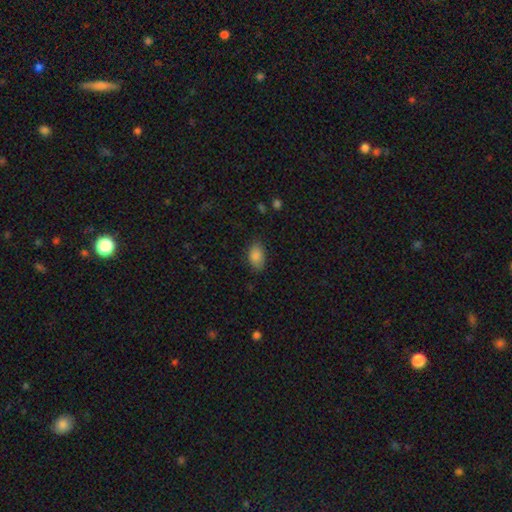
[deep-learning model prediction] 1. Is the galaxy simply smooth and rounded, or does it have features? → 87% smooth, 8% star or artifact, 5% featured or disk.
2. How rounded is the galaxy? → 91% in between, 7% round, 2% cigar-shaped.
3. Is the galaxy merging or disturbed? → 80% none, 15% minor disturbance, 3% major disturbance, 1% merger.